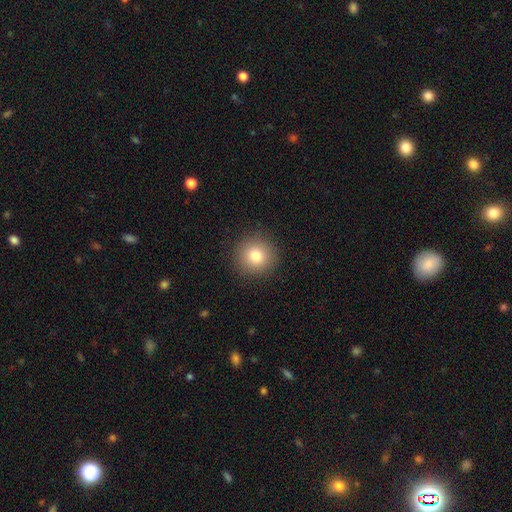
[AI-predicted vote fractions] smooth_or_featured: smooth (p=0.79) [alt: star or artifact p=0.11]
how_rounded: round (p=0.93) [alt: in between p=0.06]
merging: none (p=0.91) [alt: minor disturbance p=0.06]